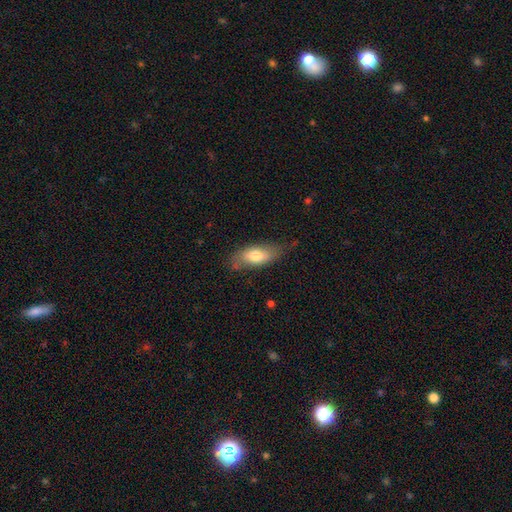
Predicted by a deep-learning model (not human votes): Smooth or featured?
  - smooth: 70% *
  - featured or disk: 24%
  - star or artifact: 6%
How rounded?
  - in between: 82% *
  - cigar-shaped: 14%
  - round: 4%
Merging?
  - none: 66% *
  - minor disturbance: 25%
  - major disturbance: 7%
  - merger: 2%